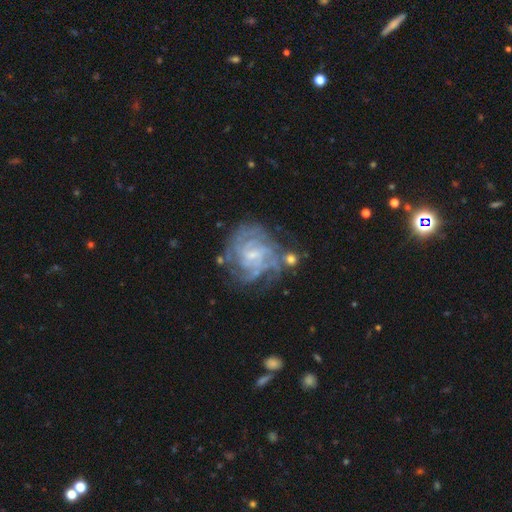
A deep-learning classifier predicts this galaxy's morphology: smooth-or-featured: featured or disk: 81% | star or artifact: 10% | smooth: 9%
  disk-edge-on: no: 98% | yes: 2%
    bar: weak: 48% | no: 42% | strong: 11%
    has-spiral-arms: yes: 93% | no: 7%
      spiral-winding: tight: 62% | medium: 31% | loose: 8%
      spiral-arm-count: can't tell: 37% | 4: 18% | 3: 17% | 2: 13% | more than 4: 9% | 1: 6%
    bulge-size: small: 62% | moderate: 25% | none: 10% | large: 2% | dominant: 1%
  merging: none: 67% | minor disturbance: 17% | major disturbance: 11% | merger: 6%